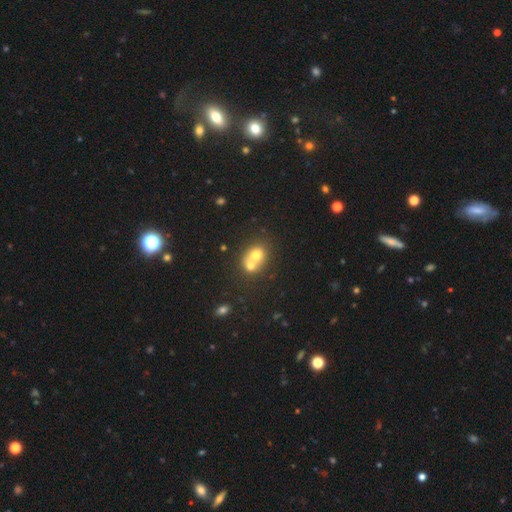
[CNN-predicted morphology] Q: Smooth or featured?
A: smooth (67%); runner-up: featured or disk (22%)
Q: How rounded?
A: round (62%); runner-up: in between (37%)
Q: Merging?
A: merger (65%); runner-up: none (25%)